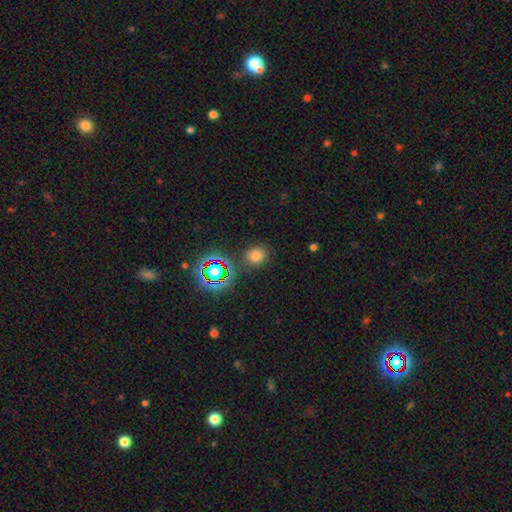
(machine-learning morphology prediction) Overall: smooth (70%). How rounded: round (67%; in between 32%). Merging: none (83%).